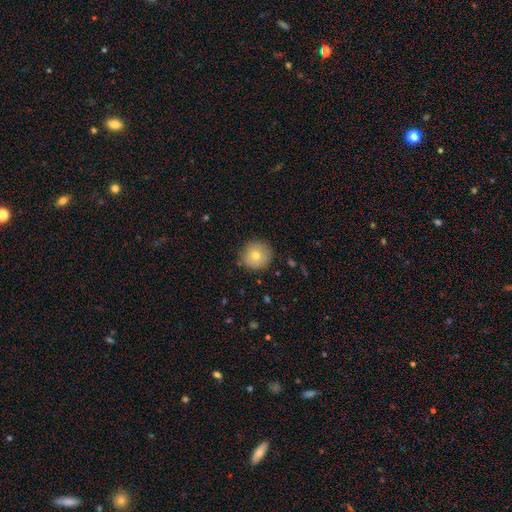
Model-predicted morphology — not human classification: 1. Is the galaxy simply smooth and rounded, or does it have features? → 74% smooth, 15% featured or disk, 10% star or artifact.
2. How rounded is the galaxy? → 94% round, 5% in between, 1% cigar-shaped.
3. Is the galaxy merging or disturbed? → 87% none, 9% minor disturbance, 2% major disturbance, 1% merger.